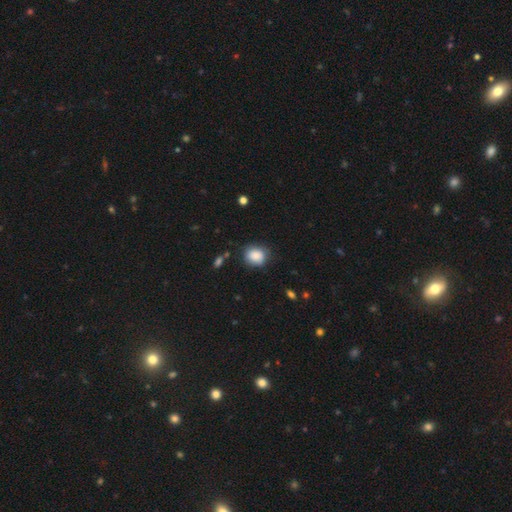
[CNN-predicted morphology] Smooth or featured? Predicted: smooth (p=0.85). How rounded? Predicted: round (p=0.68). Merging? Predicted: none (p=0.75).